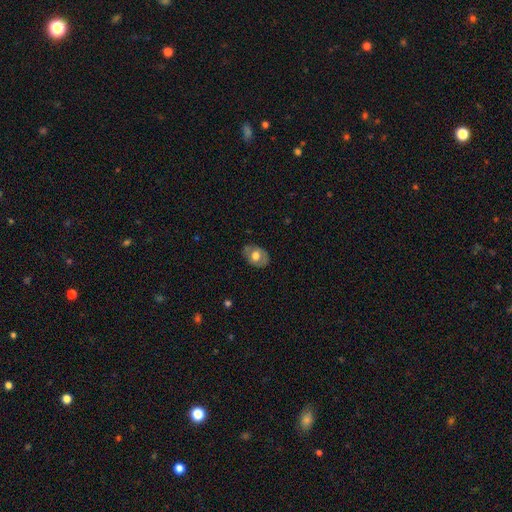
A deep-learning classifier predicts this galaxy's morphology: type=smooth (61%); roundness=in between (66%); merging=none (74%).